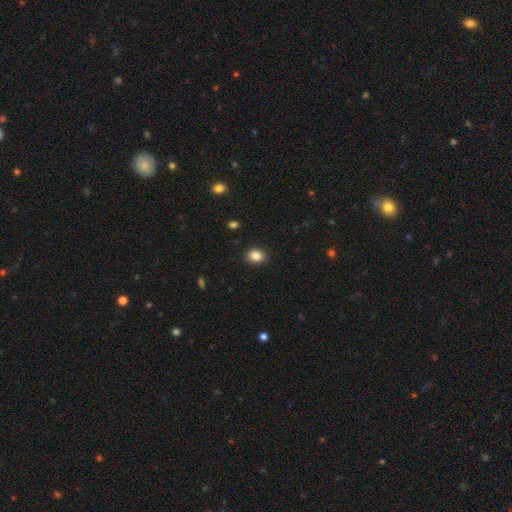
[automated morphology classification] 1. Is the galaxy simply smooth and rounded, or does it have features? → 86% smooth, 10% star or artifact, 5% featured or disk.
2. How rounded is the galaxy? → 56% in between, 43% round, 1% cigar-shaped.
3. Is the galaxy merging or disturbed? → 90% none, 7% minor disturbance, 2% major disturbance, 1% merger.